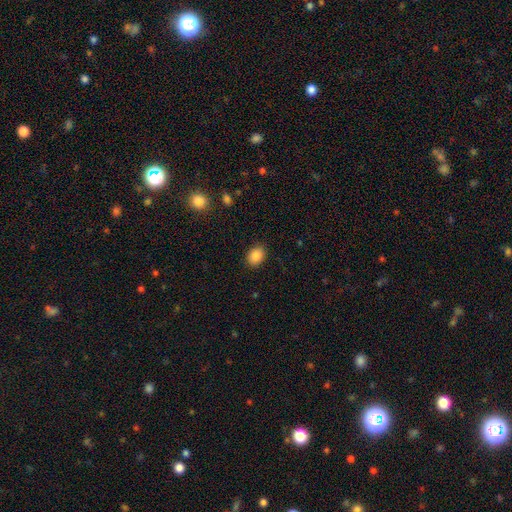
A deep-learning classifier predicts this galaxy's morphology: Smooth or featured?
  - smooth: 87% *
  - star or artifact: 9%
  - featured or disk: 4%
How rounded?
  - in between: 62% *
  - round: 37%
  - cigar-shaped: 1%
Merging?
  - none: 88% *
  - minor disturbance: 8%
  - major disturbance: 2%
  - merger: 1%